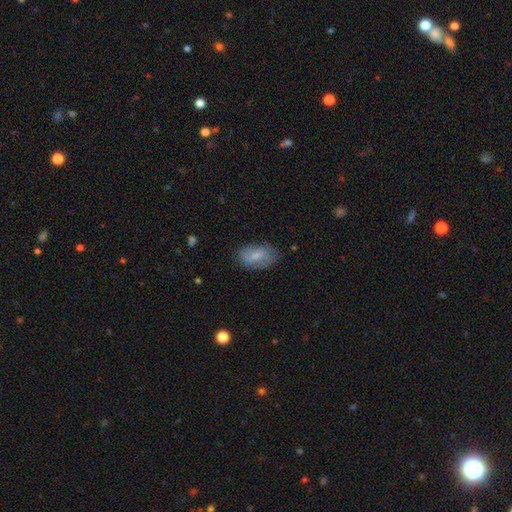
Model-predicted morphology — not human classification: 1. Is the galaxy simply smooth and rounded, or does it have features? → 67% smooth, 26% featured or disk, 7% star or artifact.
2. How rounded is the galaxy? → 91% in between, 6% round, 3% cigar-shaped.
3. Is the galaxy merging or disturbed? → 70% none, 22% minor disturbance, 6% major disturbance, 2% merger.